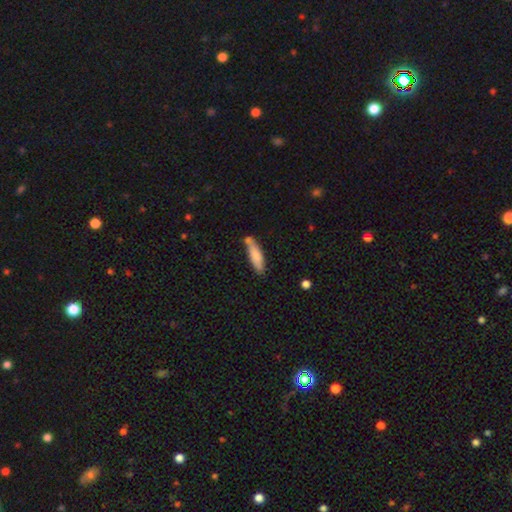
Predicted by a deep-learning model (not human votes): This is clearly a smooth galaxy (80%). How rounded: likely cigar-shaped (62%). Merging: possibly none (58%).